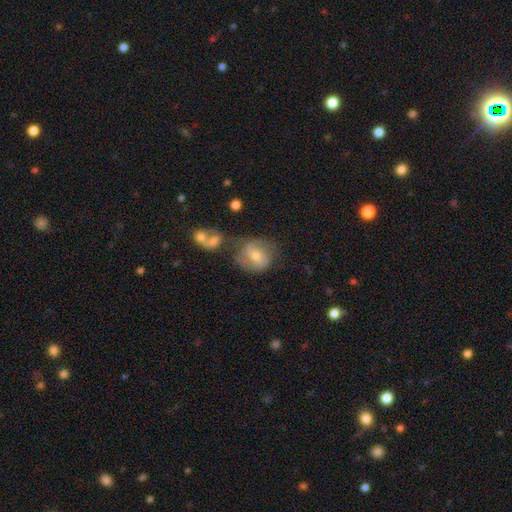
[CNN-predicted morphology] This appears to be a featured or disk galaxy (60%) with a weak bar (44%), spiral arms (80%) and a moderate central bulge (56%). Merging: none (56%).